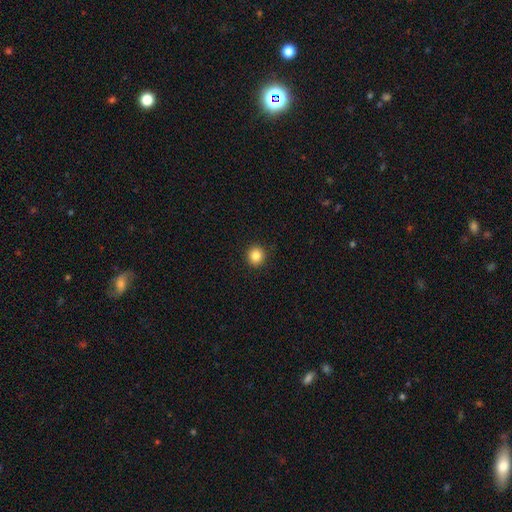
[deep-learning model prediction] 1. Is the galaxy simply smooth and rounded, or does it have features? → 85% smooth, 11% star or artifact, 5% featured or disk.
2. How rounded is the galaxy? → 90% round, 9% in between, 1% cigar-shaped.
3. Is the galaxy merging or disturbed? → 92% none, 5% minor disturbance, 2% major disturbance, 1% merger.